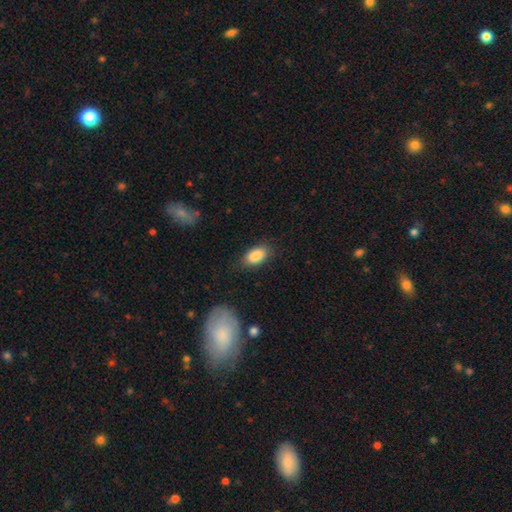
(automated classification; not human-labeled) A smooth galaxy with no disk features (87%) that is in between round and cigar-shaped (91%).

Vote fractions:
- Smooth or featured? smooth: 87% / star or artifact: 7% / featured or disk: 6%
- How rounded? in between: 91% / round: 5% / cigar-shaped: 4%
- Merging? none: 79% / minor disturbance: 16% / major disturbance: 4% / merger: 2%